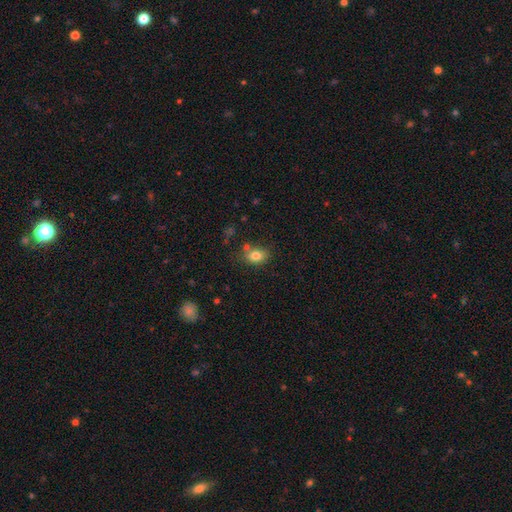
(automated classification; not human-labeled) Smooth or featured? smooth (80%)
How rounded? in between (70%)
Merging? none (67%)